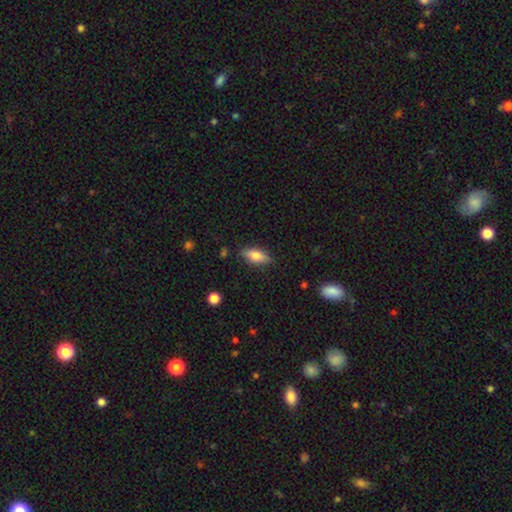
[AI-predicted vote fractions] Morphology: type=smooth (67%); roundness=in between (72%); merging=none (81%).